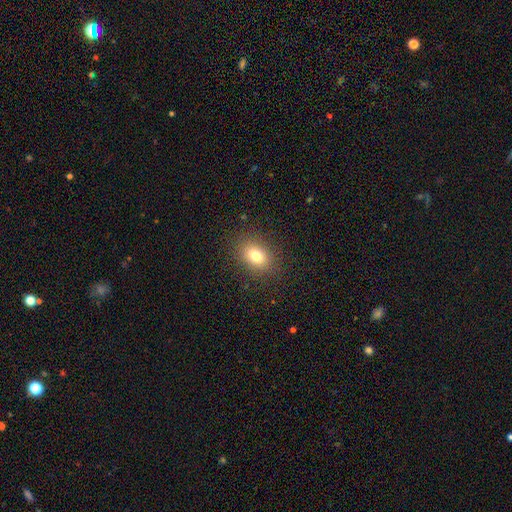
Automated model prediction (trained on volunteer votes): The model was most divided on "how rounded": in between: 68%, round: 31%, cigar-shaped: 1%. More confident: merging — none (87%); smooth or featured — smooth (77%).